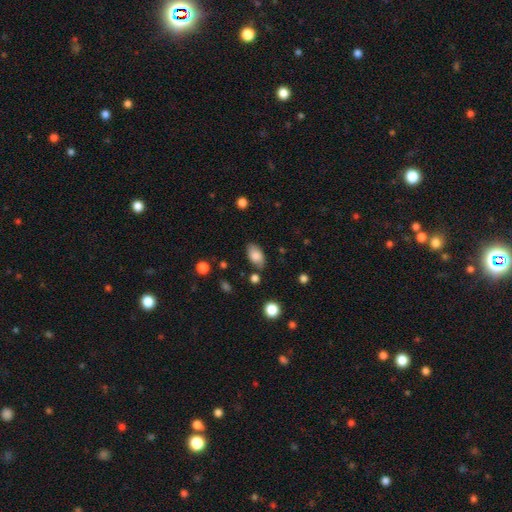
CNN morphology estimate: Smooth or featured? Predicted: smooth (p=0.82). How rounded? Predicted: in between (p=0.93). Merging? Predicted: none (p=0.80).